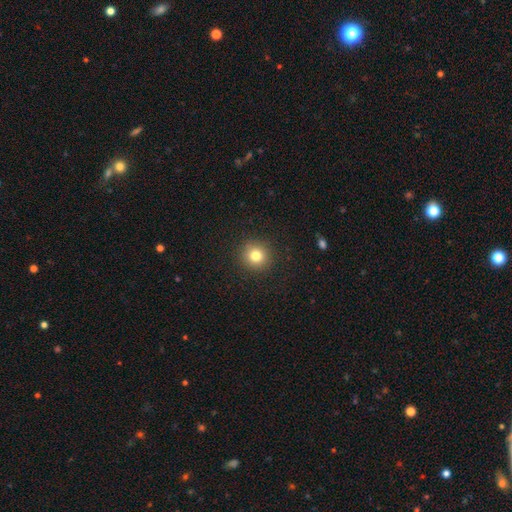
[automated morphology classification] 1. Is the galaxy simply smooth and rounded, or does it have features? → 80% smooth, 12% star or artifact, 7% featured or disk.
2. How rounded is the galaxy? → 93% round, 6% in between, 1% cigar-shaped.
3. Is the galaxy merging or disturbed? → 91% none, 5% minor disturbance, 2% major disturbance, 1% merger.